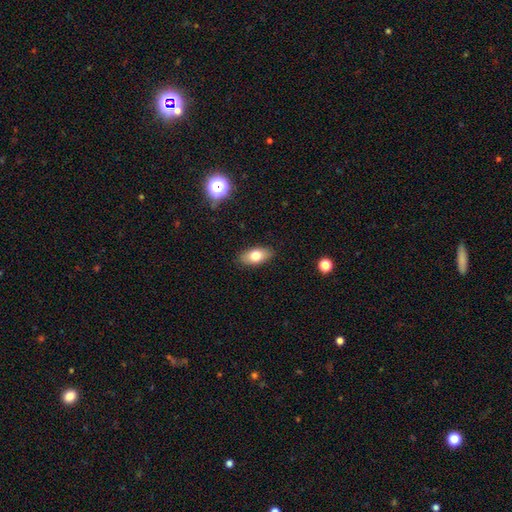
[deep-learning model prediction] A smooth galaxy with no disk features (75%) that is in between round and cigar-shaped (88%). Merging: none (87%).